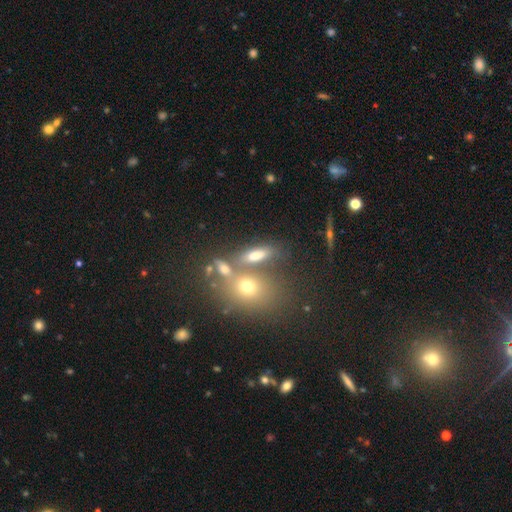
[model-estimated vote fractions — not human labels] This appears to be a smooth galaxy with no disk features (67%) that is in between round and cigar-shaped (59%). Merging: none (49%).